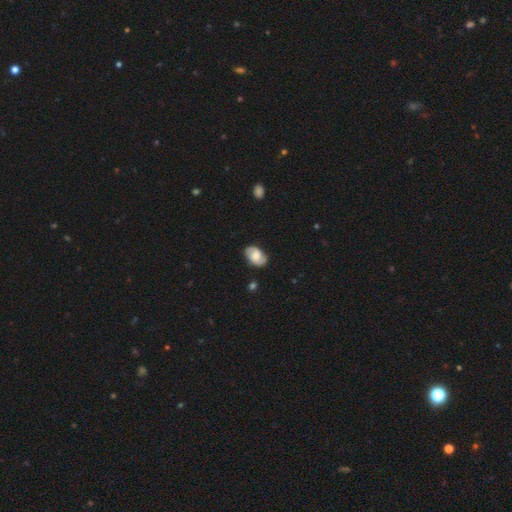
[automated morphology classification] Smooth or featured? Predicted: featured or disk (p=0.49). Merging? Predicted: none (p=0.80).